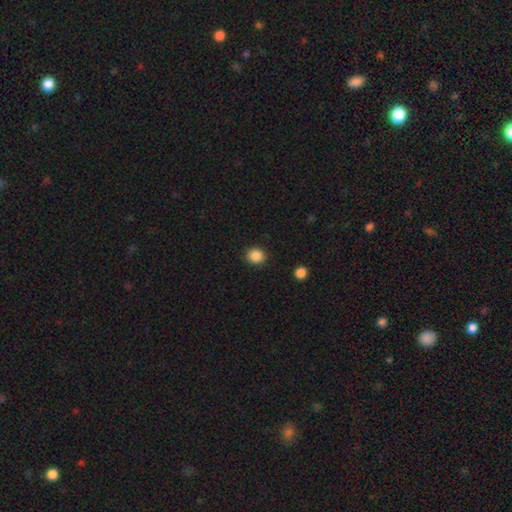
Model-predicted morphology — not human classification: smooth_or_featured: smooth (p=0.87) [alt: star or artifact p=0.10]
how_rounded: round (p=0.84) [alt: in between p=0.15]
merging: none (p=0.90) [alt: minor disturbance p=0.07]